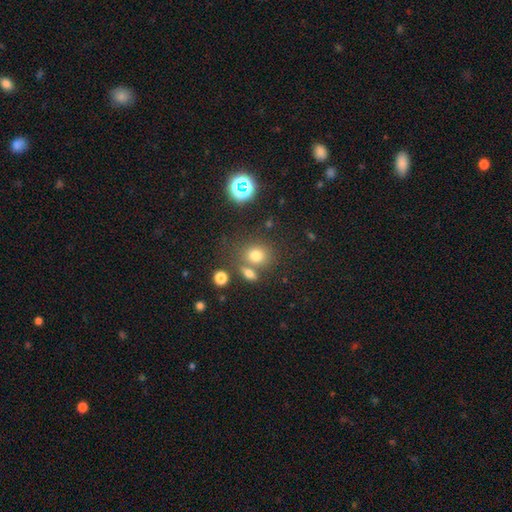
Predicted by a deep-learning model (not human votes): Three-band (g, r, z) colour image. It shows a smooth galaxy with no disk features (72%) that is round (71%). Merging: none (61%).